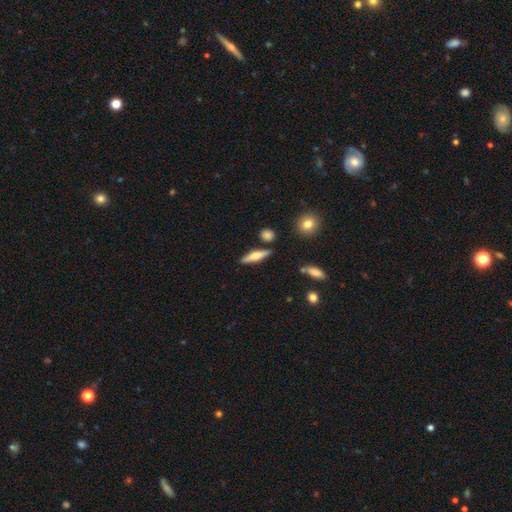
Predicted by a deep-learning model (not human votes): The model was most divided on "smooth or featured": featured or disk: 51%, smooth: 42%, star or artifact: 6%. More confident: edge-on disk — yes (94%); merging — none (84%).